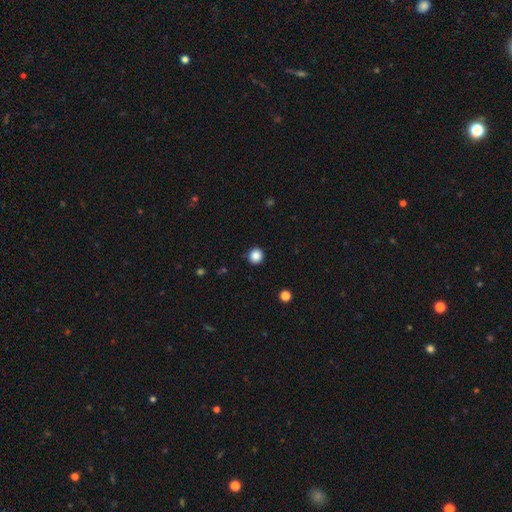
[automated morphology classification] smooth_or_featured: smooth (p=0.86) [alt: star or artifact p=0.11]
how_rounded: round (p=0.93) [alt: in between p=0.06]
merging: none (p=0.91) [alt: minor disturbance p=0.06]